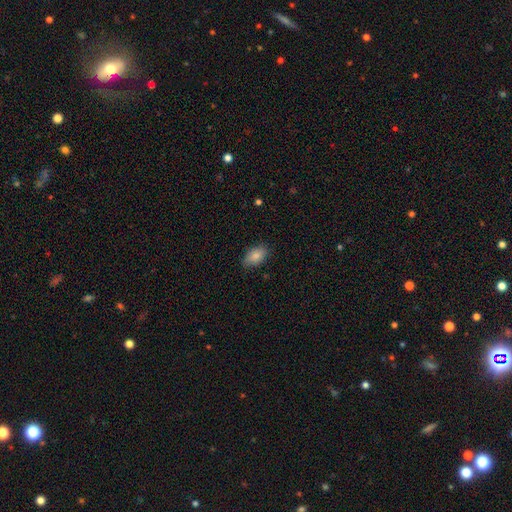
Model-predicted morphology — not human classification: smooth 84%, featured or disk 9%, star or artifact 7%. Down the decision tree: how rounded — in between (91%); merging — none (80%).